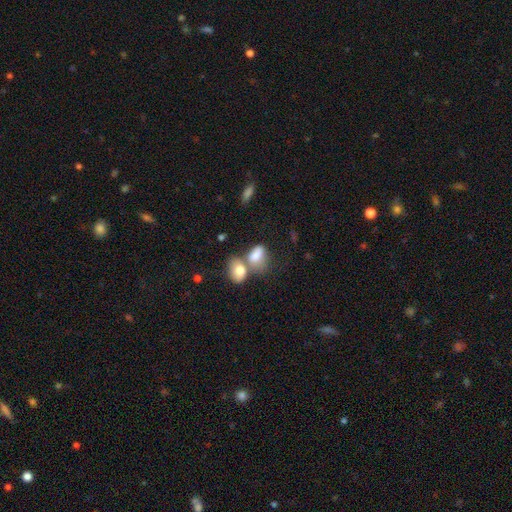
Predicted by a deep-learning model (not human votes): Overall: smooth (76%). How rounded: in between (80%). Merging: merger (57%; none 25%).